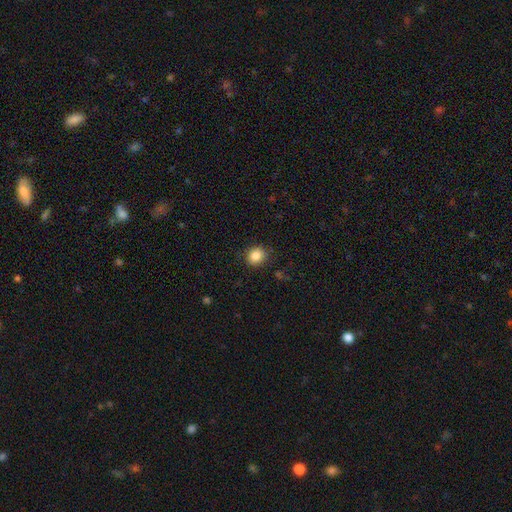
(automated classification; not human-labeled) A smooth galaxy with no disk features (86%) that is round (76%). Merging: none (87%).